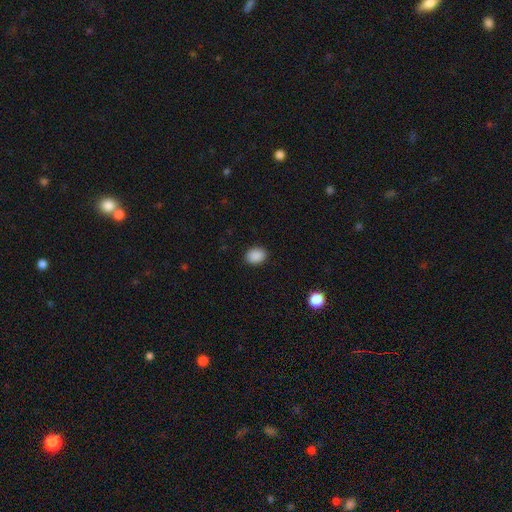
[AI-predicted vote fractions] smooth 89%, star or artifact 9%, featured or disk 3%. Down the decision tree: how rounded — in between (65%); merging — none (90%).